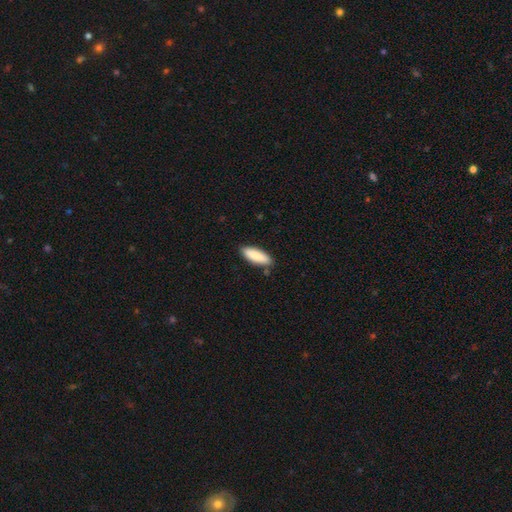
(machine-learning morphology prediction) Overall: smooth (89%). How rounded: in between (61%; cigar-shaped 38%). Merging: none (84%).